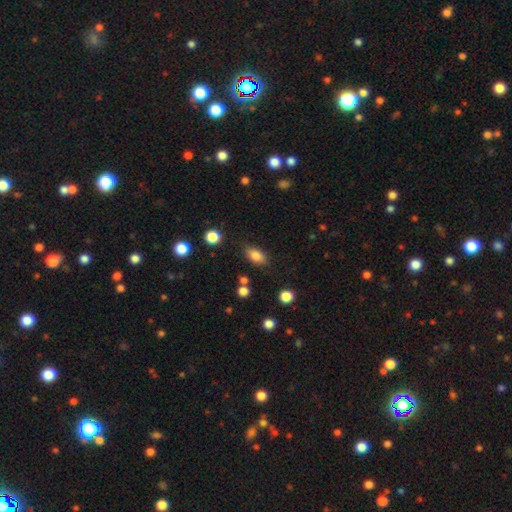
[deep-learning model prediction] This appears to be a smooth galaxy with no disk features (83%) that is in between round and cigar-shaped (86%). Merging: none (80%).